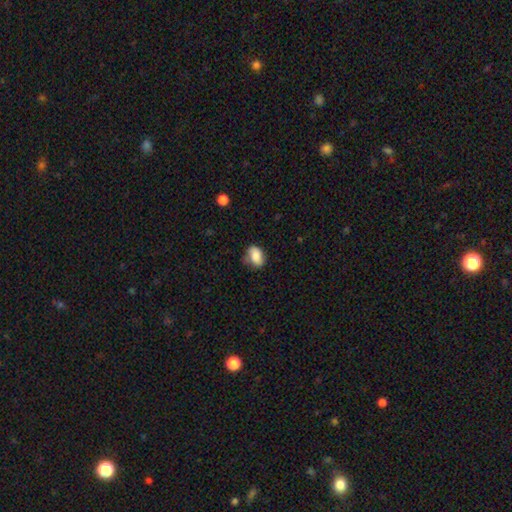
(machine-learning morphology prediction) Smooth or featured: smooth — 78% (featured or disk — 13%)
How rounded: in between — 81% (round — 17%)
Merging: none — 58% (minor disturbance — 31%)